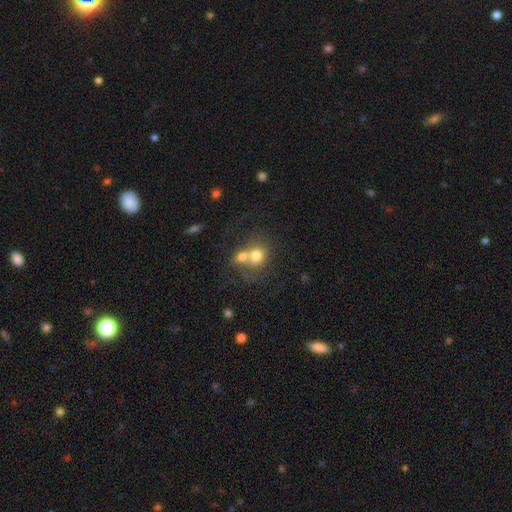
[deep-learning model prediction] Smooth or featured? Predicted: smooth (p=0.70). How rounded? Predicted: round (p=0.63). Merging? Predicted: merger (p=0.64).